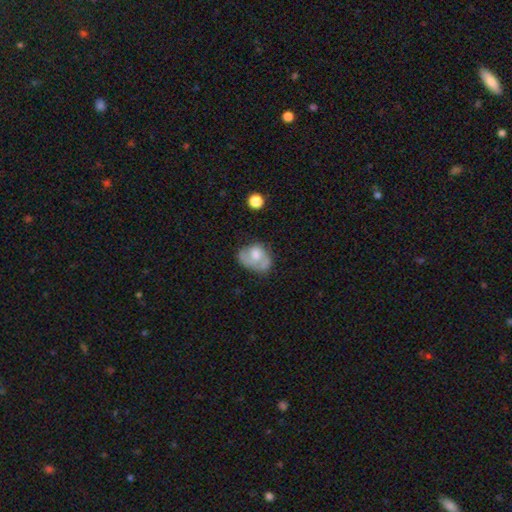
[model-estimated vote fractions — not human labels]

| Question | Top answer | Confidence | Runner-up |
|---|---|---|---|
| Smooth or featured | smooth | 56% | featured or disk (36%) |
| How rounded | in between | 68% | round (31%) |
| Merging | none | 35% | minor disturbance (32%) |